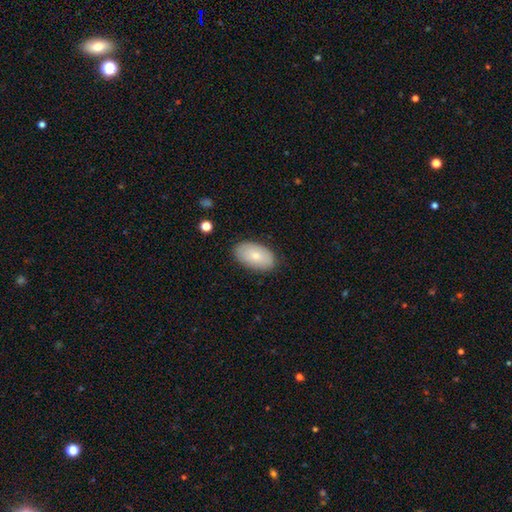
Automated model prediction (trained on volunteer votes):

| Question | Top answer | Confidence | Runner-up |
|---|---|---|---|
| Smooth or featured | smooth | 78% | featured or disk (15%) |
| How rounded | in between | 95% | round (4%) |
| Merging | none | 86% | minor disturbance (11%) |